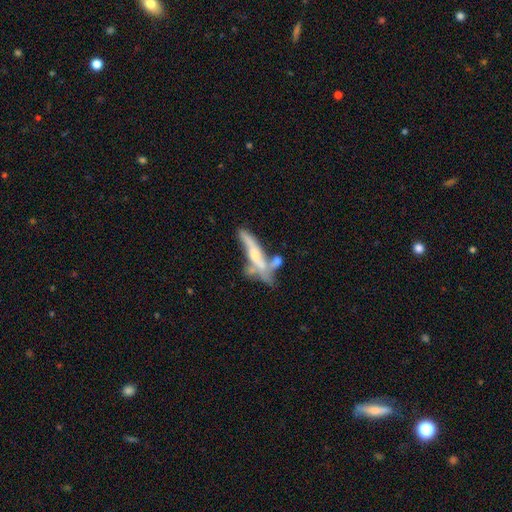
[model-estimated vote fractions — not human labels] The model was most divided on "merging": merger: 40%, none: 26%, major disturbance: 17%, minor disturbance: 16%. More confident: smooth or featured — featured or disk (62%); edge-on disk — yes (59%).